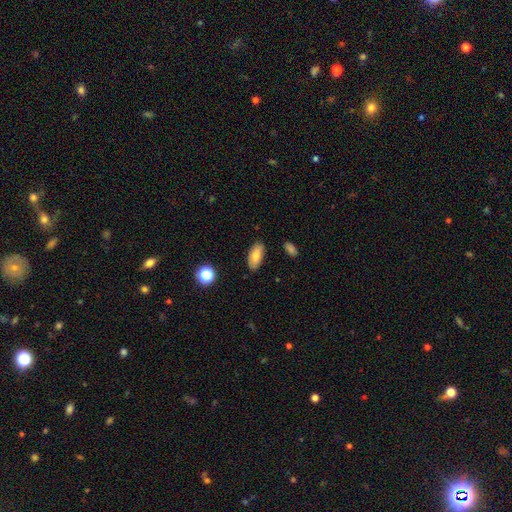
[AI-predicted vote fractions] Smooth or featured: smooth — 78% (featured or disk — 14%)
How rounded: in between — 89% (cigar-shaped — 8%)
Merging: none — 83% (minor disturbance — 12%)